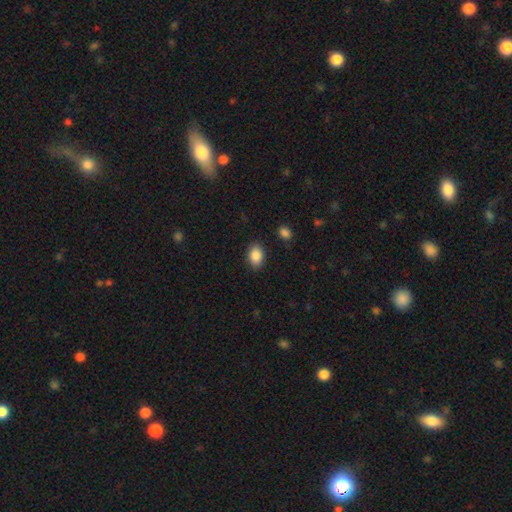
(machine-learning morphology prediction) A smooth galaxy with no disk features (88%) that is in between round and cigar-shaped (82%).

Vote fractions:
- Smooth or featured? smooth: 88% / star or artifact: 8% / featured or disk: 4%
- How rounded? in between: 82% / round: 17% / cigar-shaped: 1%
- Merging? none: 86% / minor disturbance: 9% / major disturbance: 3% / merger: 2%